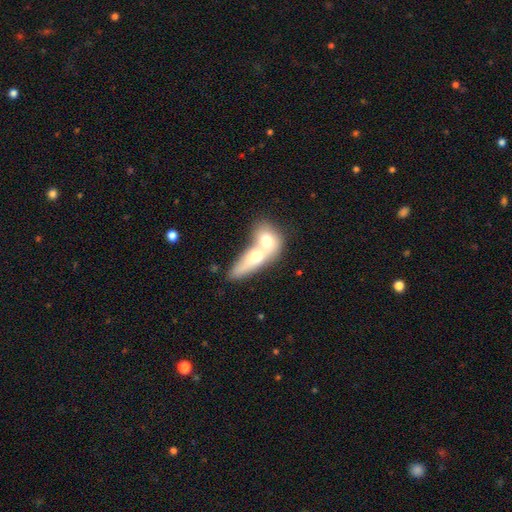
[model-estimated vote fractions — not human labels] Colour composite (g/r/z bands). It shows a smooth galaxy with no disk features (59%) that is in between round and cigar-shaped (55%). Merging: merger (78%).